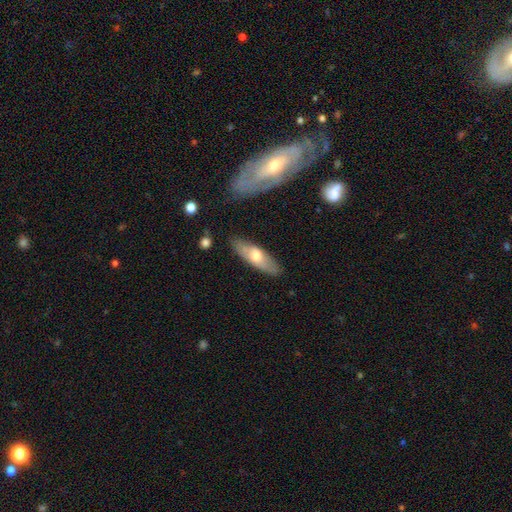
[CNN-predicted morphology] Q: Smooth or featured?
A: smooth (55%); runner-up: featured or disk (40%)
Q: How rounded?
A: in between (53%); runner-up: cigar-shaped (45%)
Q: Merging?
A: none (84%); runner-up: minor disturbance (12%)